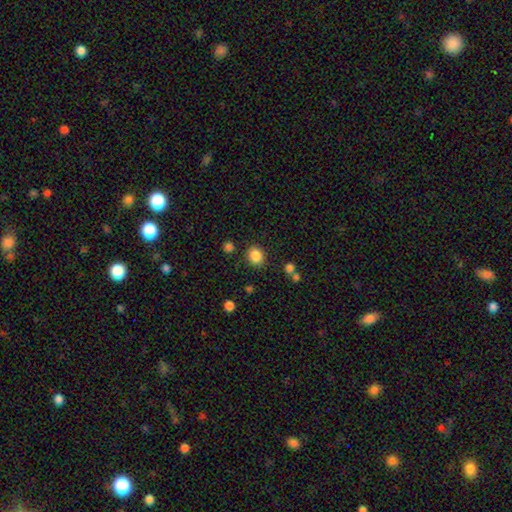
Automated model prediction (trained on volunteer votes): smooth 86%, star or artifact 10%, featured or disk 4%. Down the decision tree: how rounded — round (67%); merging — none (85%).